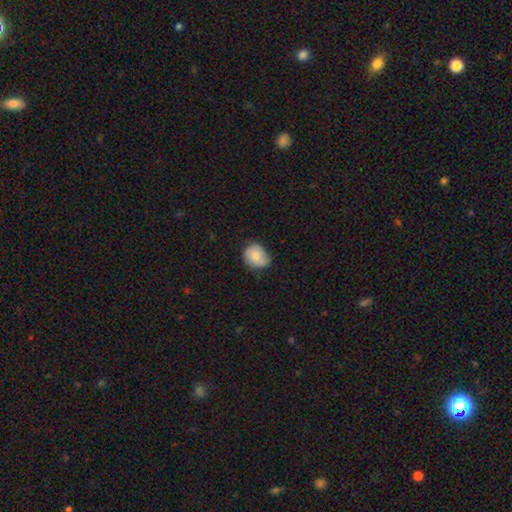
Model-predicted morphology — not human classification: Q: Smooth or featured?
A: smooth (71%); runner-up: featured or disk (21%)
Q: How rounded?
A: round (68%); runner-up: in between (32%)
Q: Merging?
A: none (61%); runner-up: minor disturbance (31%)